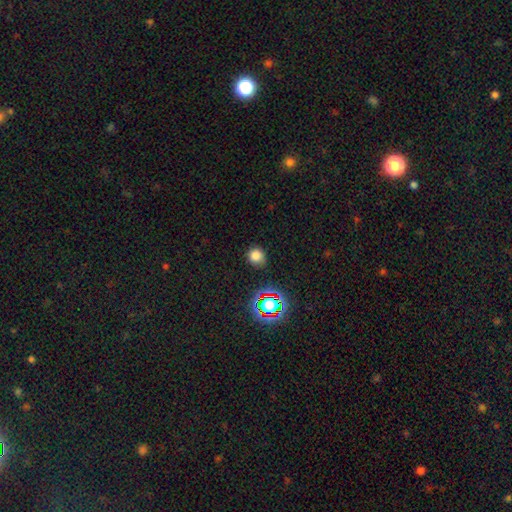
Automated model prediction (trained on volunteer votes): Smooth or featured? Predicted: smooth (p=0.75). How rounded? Predicted: round (p=0.84). Merging? Predicted: none (p=0.82).